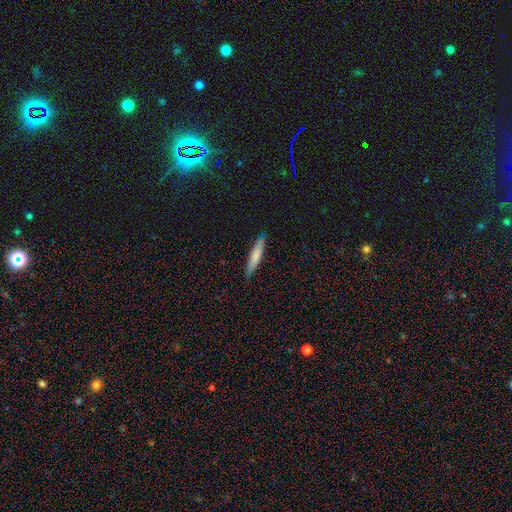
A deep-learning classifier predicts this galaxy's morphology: The model was most divided on "smooth or featured": smooth: 73%, featured or disk: 21%, star or artifact: 6%. More confident: how rounded — cigar-shaped (90%); merging — none (88%).